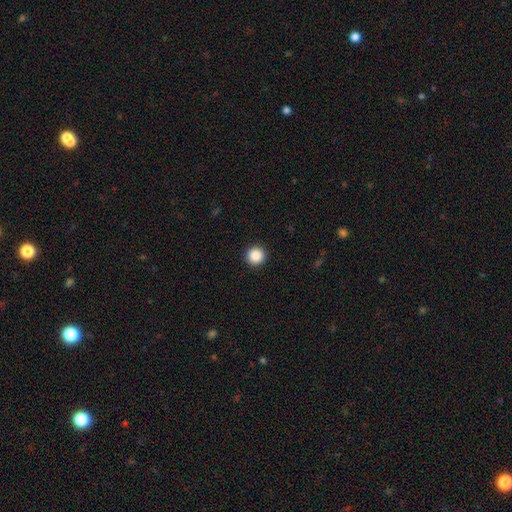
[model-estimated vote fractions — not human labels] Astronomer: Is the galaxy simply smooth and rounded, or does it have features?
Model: smooth — 88%.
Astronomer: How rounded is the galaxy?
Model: round — 96%.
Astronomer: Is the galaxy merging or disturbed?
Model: none — 93%.